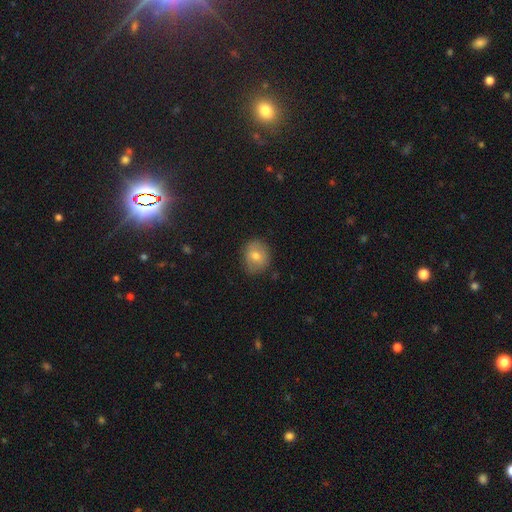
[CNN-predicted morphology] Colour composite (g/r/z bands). It shows a smooth galaxy with no disk features (69%) that is round (57%). Merging: none (80%).